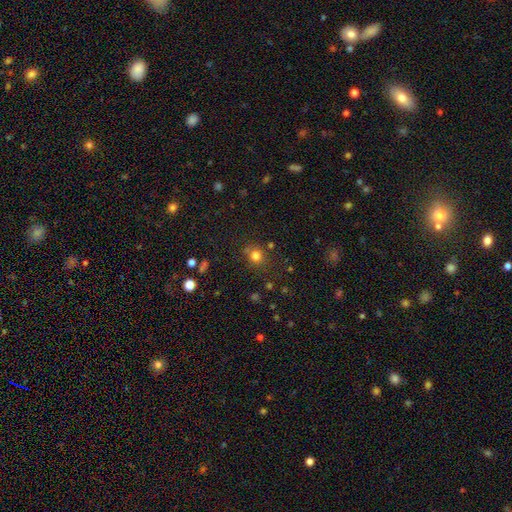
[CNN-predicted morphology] Smooth or featured: smooth — 77% (star or artifact — 17%)
How rounded: round — 84% (in between — 15%)
Merging: none — 74% (minor disturbance — 12%)